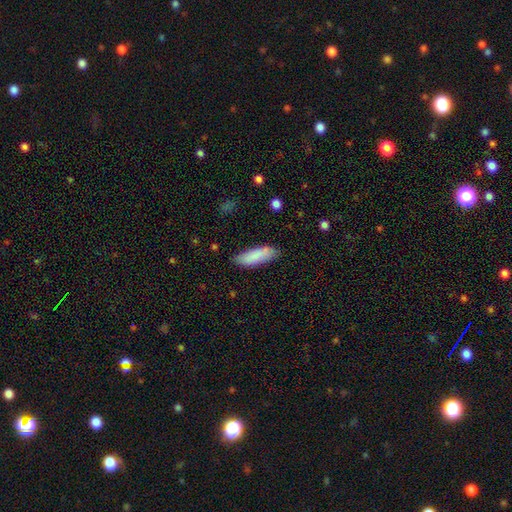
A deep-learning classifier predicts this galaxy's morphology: Smooth or featured?
  - smooth: 85% *
  - featured or disk: 9%
  - star or artifact: 6%
How rounded?
  - in between: 57% *
  - cigar-shaped: 42%
  - round: 1%
Merging?
  - none: 80% *
  - minor disturbance: 16%
  - major disturbance: 3%
  - merger: 2%